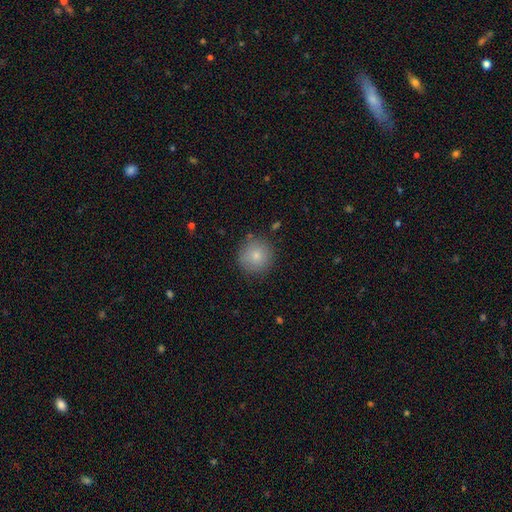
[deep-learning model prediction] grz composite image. It shows a smooth galaxy with no disk features (81%) that is round (95%). Merging: none (86%).